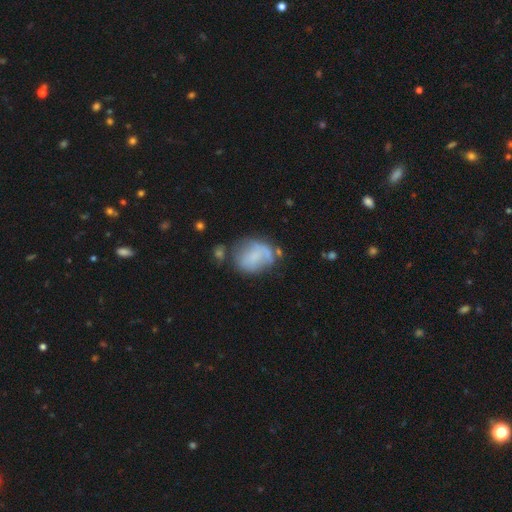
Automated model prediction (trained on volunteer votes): A smooth galaxy with no disk features (57%) that is in between round and cigar-shaped (56%).

Vote fractions:
- Smooth or featured? smooth: 57% / featured or disk: 33% / star or artifact: 10%
- How rounded? in between: 56% / round: 43% / cigar-shaped: 1%
- Merging? none: 41% / minor disturbance: 29% / major disturbance: 19% / merger: 11%